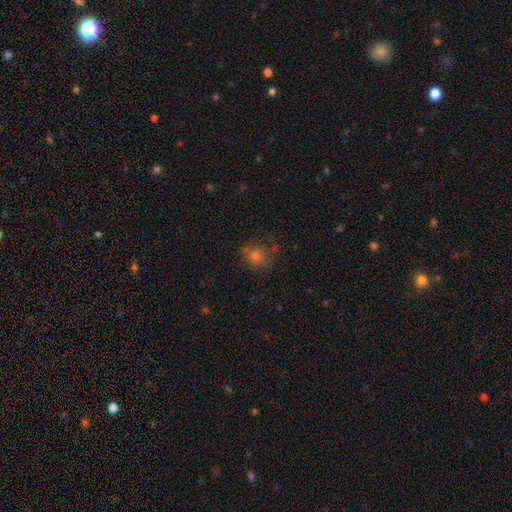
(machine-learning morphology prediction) The model was most divided on "smooth or featured": smooth: 64%, star or artifact: 21%, featured or disk: 15%. More confident: how rounded — round (80%); merging — none (65%).